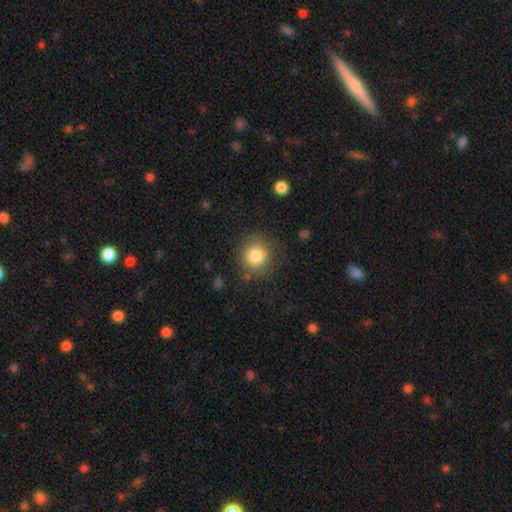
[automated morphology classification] This appears to be a smooth galaxy with no disk features (82%) that is round (90%). Merging: none (80%).